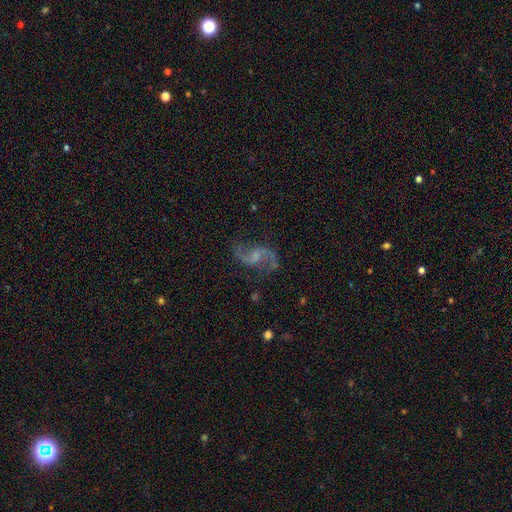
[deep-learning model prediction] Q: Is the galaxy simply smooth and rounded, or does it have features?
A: featured or disk — 88%.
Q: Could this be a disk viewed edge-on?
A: no — 98%.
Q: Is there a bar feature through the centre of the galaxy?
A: weak — 50%.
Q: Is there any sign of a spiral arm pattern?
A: yes — 96%.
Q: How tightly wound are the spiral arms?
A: loose — 73%.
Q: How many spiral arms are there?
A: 2 — 94%.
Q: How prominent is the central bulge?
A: small — 39%.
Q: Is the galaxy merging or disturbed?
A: none — 75%.